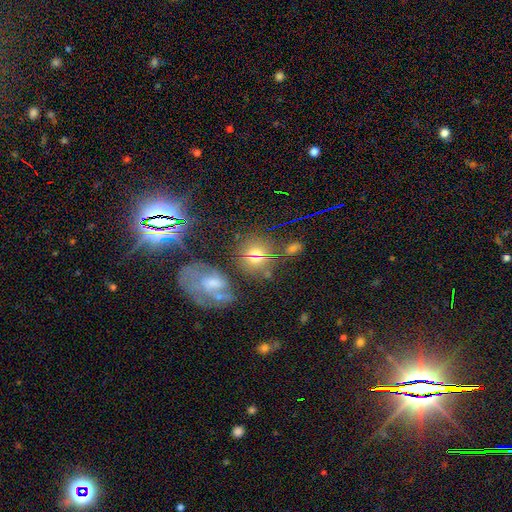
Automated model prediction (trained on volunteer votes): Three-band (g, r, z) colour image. It shows a smooth galaxy with no disk features (52%) that is round (73%). Merging: none (64%).